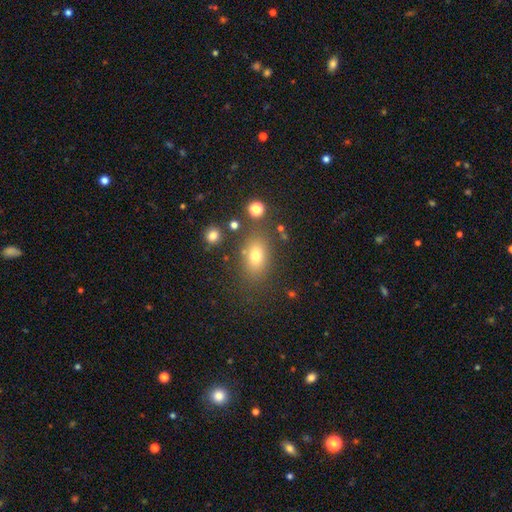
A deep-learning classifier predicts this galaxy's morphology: smooth_or_featured: smooth (p=0.73) [alt: star or artifact p=0.14]
how_rounded: in between (p=0.78) [alt: round p=0.19]
merging: none (p=0.76) [alt: minor disturbance p=0.13]